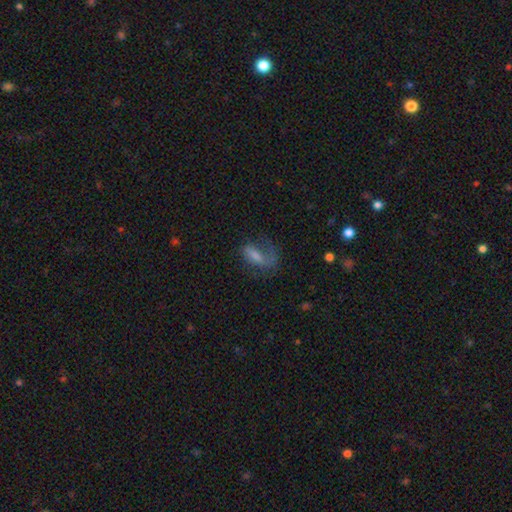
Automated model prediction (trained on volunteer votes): Morphology: type=featured or disk (49%); merging=none (43%).